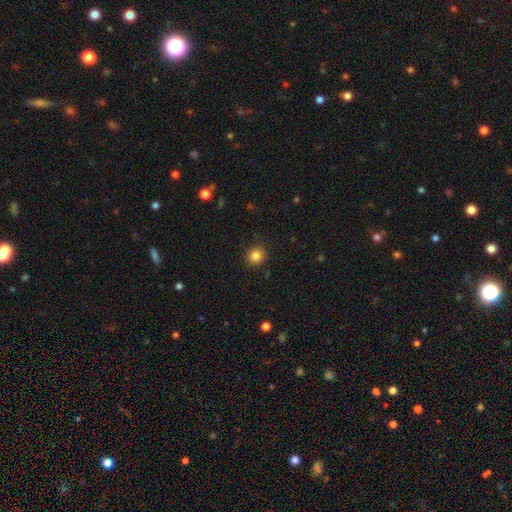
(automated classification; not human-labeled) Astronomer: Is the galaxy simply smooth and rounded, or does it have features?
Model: smooth — 84%.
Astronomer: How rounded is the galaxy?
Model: round — 90%.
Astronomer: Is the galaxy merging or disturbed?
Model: none — 90%.